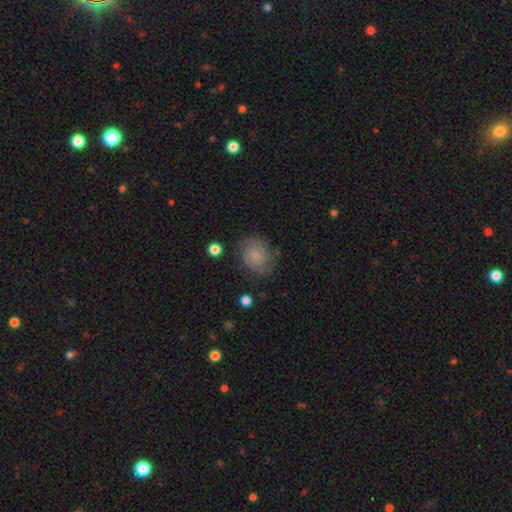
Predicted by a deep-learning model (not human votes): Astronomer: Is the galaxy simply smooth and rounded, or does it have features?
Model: featured or disk — 53% (runner-up: smooth, 38%).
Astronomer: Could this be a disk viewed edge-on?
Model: no — 98%.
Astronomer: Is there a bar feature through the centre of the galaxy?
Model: no — 70%.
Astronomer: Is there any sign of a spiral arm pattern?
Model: yes — 89%.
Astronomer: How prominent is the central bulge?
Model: small — 48% (runner-up: none, 32%).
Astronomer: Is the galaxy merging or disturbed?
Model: none — 75%.